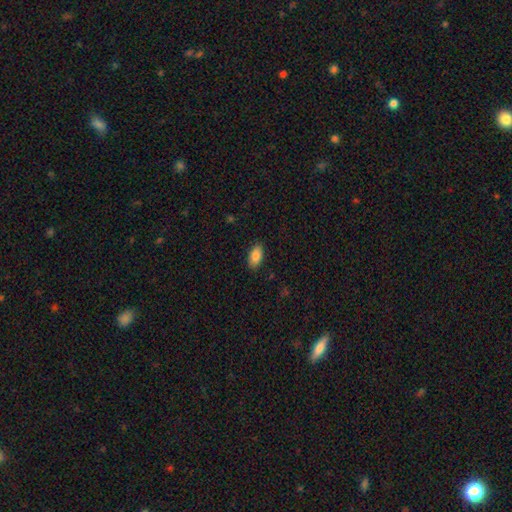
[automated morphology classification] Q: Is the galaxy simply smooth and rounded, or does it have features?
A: smooth — 86%.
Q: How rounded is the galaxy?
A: in between — 93%.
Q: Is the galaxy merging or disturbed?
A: none — 88%.